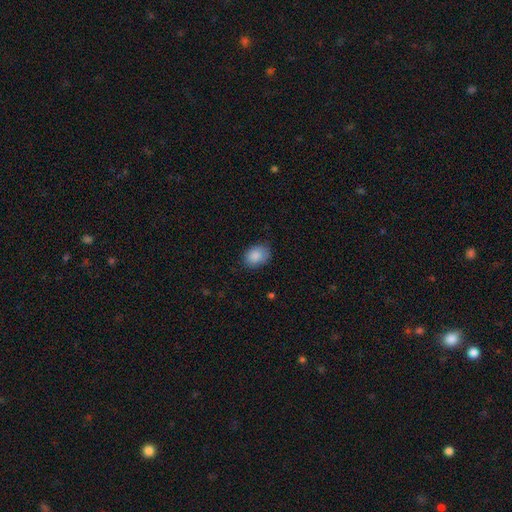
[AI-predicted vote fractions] Smooth or featured? smooth (88%)
How rounded? in between (68%)
Merging? none (77%)